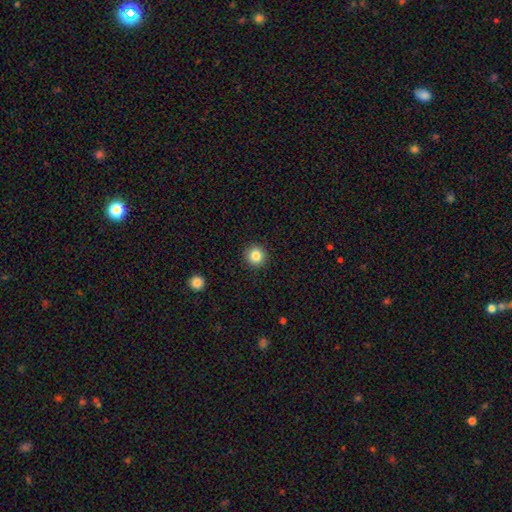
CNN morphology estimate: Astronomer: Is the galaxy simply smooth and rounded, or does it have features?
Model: smooth — 84%.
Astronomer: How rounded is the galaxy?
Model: round — 94%.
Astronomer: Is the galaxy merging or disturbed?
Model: none — 93%.